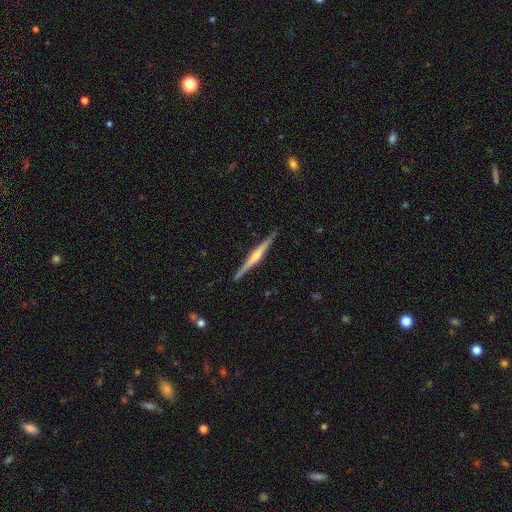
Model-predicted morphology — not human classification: A featured or disk galaxy (80%) viewed edge-on (99%) with a rounded central bulge (79%).

Vote fractions:
- Smooth or featured? featured or disk: 80% / smooth: 15% / star or artifact: 5%
- Edge-on disk? yes: 99% / no: 1%
- Edge-on bulge? rounded: 79% / boxy: 12% / none: 9%
- Merging? none: 91% / minor disturbance: 6% / major disturbance: 1% / merger: 1%